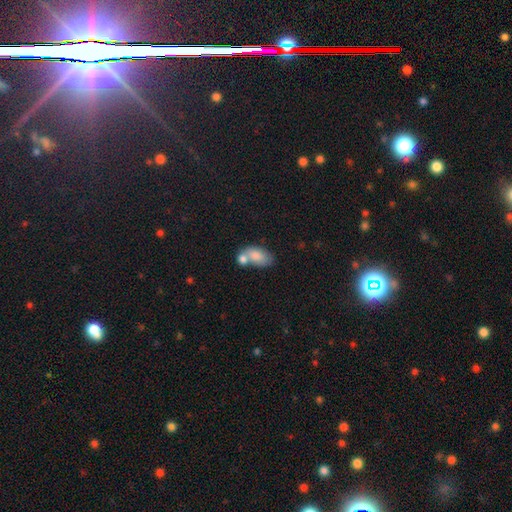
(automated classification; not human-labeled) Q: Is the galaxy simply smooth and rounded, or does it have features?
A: smooth — 80%.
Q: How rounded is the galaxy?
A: in between — 91%.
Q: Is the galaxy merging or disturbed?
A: merger — 46%.